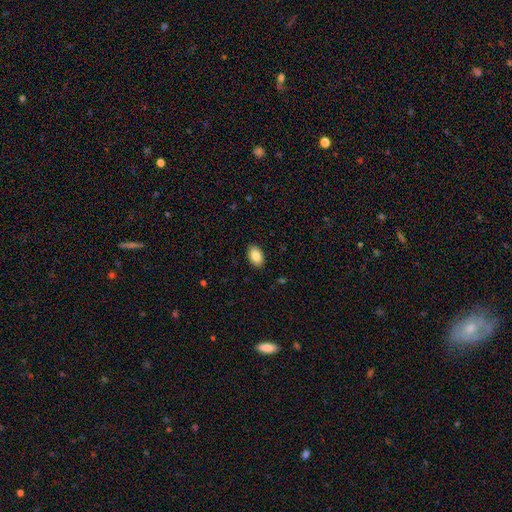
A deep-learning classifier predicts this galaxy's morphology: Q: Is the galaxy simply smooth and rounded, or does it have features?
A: smooth — 86%.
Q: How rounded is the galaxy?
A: in between — 91%.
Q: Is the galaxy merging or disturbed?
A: none — 89%.